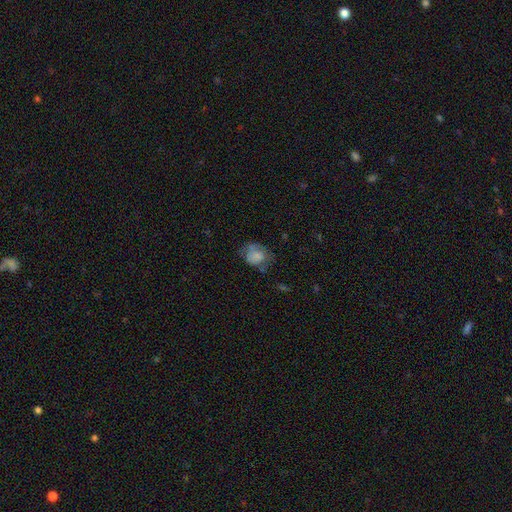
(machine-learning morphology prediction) smooth_or_featured: smooth (p=0.71) [alt: featured or disk p=0.19]
how_rounded: round (p=0.57) [alt: in between p=0.42]
merging: none (p=0.45) [alt: minor disturbance p=0.31]